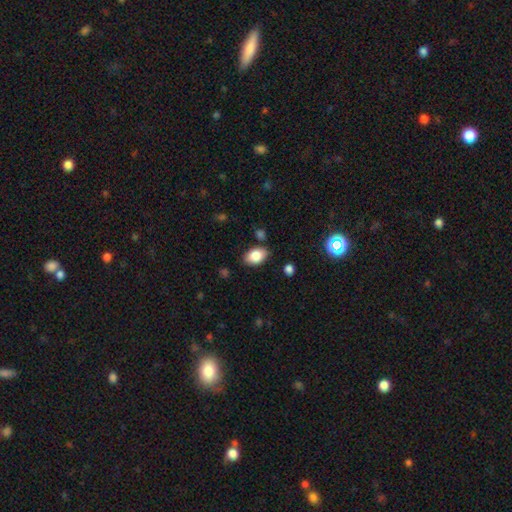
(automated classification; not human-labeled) Smooth or featured?
  - smooth: 84% *
  - star or artifact: 8%
  - featured or disk: 8%
How rounded?
  - in between: 86% *
  - round: 12%
  - cigar-shaped: 1%
Merging?
  - none: 81% *
  - minor disturbance: 13%
  - major disturbance: 3%
  - merger: 3%